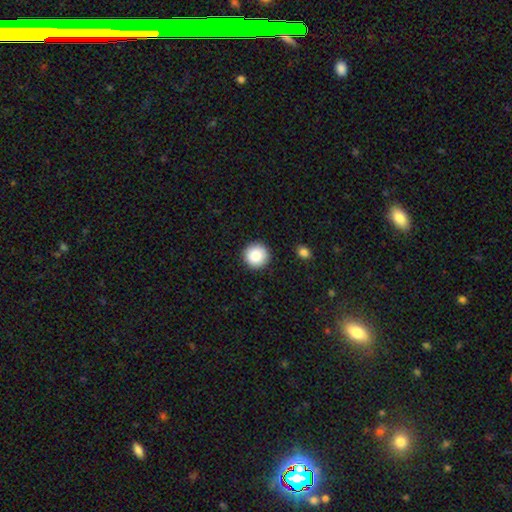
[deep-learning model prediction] A smooth galaxy with no disk features (88%) that is round (95%).

Vote fractions:
- Smooth or featured? smooth: 88% / star or artifact: 8% / featured or disk: 4%
- How rounded? round: 95% / in between: 4% / cigar-shaped: 1%
- Merging? none: 91% / minor disturbance: 5% / major disturbance: 2% / merger: 1%